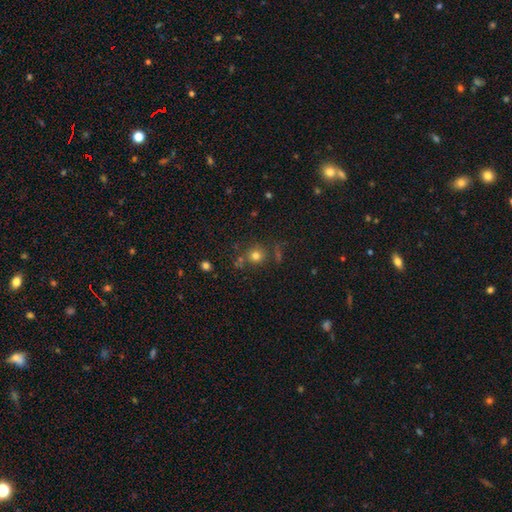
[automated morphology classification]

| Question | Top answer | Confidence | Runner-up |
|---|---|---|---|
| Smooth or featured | smooth | 75% | star or artifact (16%) |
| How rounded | round | 89% | in between (10%) |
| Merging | none | 73% | minor disturbance (11%) |